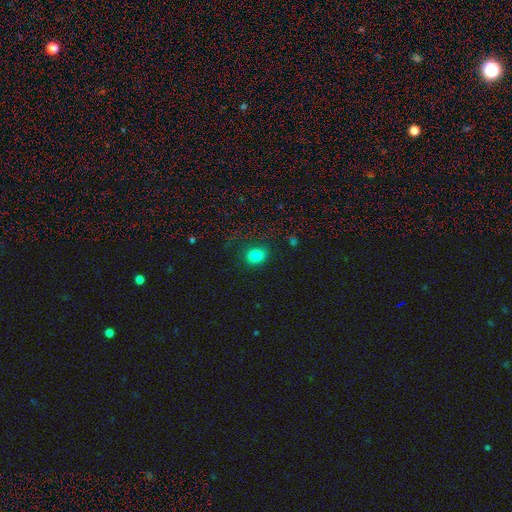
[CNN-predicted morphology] This is clearly a smooth galaxy (83%). How rounded: possibly round (57%). Merging: clearly none (81%).